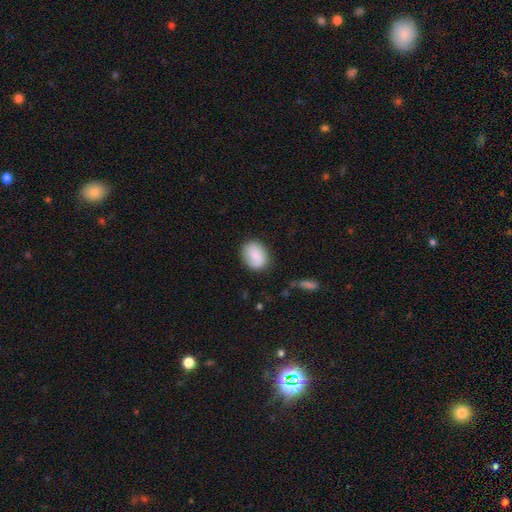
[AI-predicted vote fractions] This appears to be a smooth galaxy with no disk features (76%) that is in between round and cigar-shaped (57%). Merging: none (76%).